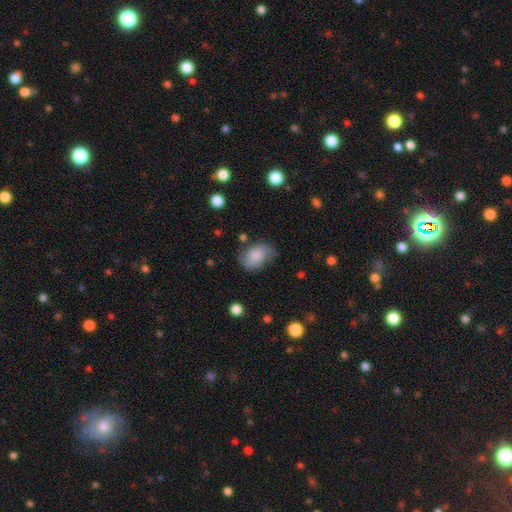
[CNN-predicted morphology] A smooth galaxy with no disk features (66%) that is in between round and cigar-shaped (80%). Merging: none (62%).